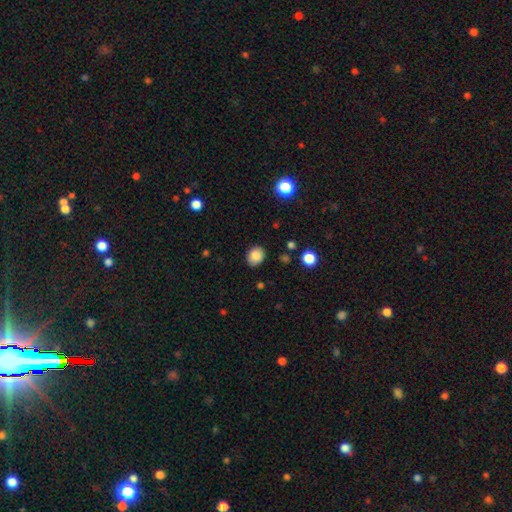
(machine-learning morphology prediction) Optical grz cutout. It shows a smooth galaxy with no disk features (85%) that is round (60%). Merging: none (86%).